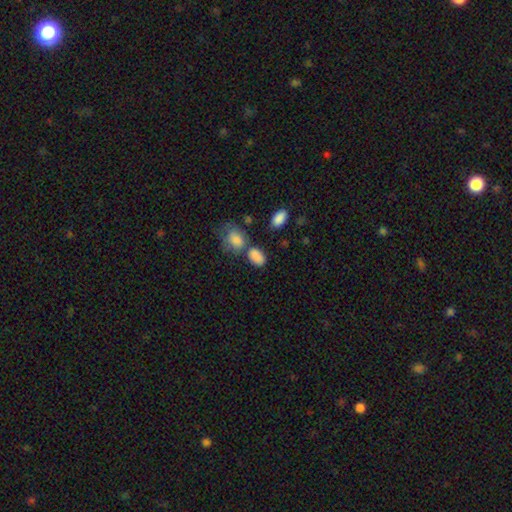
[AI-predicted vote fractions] This appears to be a smooth galaxy with no disk features (86%) that is in between round and cigar-shaped (88%). Merging: none (51%).